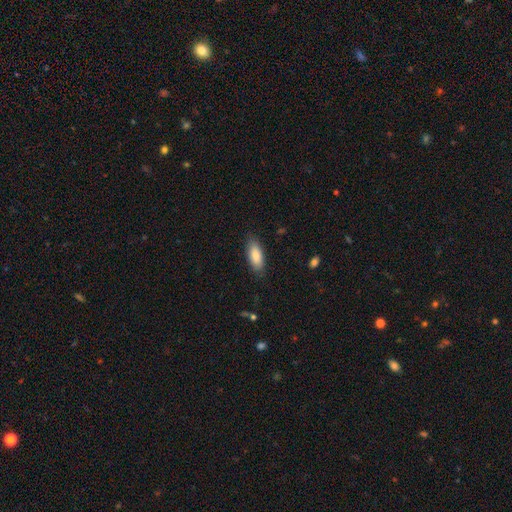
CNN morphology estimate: type=smooth (86%); roundness=in between (80%); merging=none (82%).